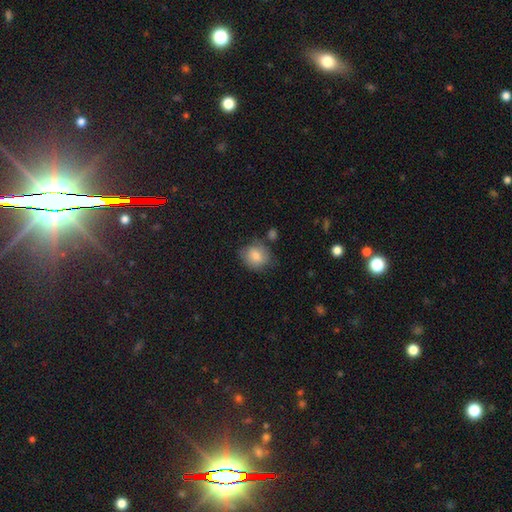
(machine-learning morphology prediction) A smooth galaxy with no disk features (77%) that is round (71%).

Vote fractions:
- Smooth or featured? smooth: 77% / featured or disk: 15% / star or artifact: 9%
- How rounded? round: 71% / in between: 28% / cigar-shaped: 1%
- Merging? none: 68% / minor disturbance: 21% / major disturbance: 6% / merger: 4%